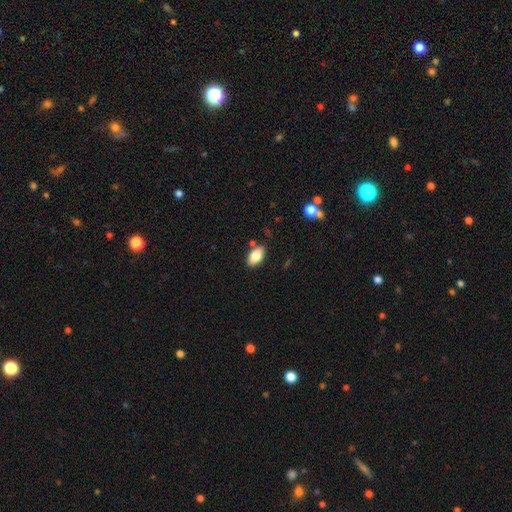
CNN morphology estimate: Smooth or featured: smooth — 81% (featured or disk — 11%)
How rounded: in between — 92% (round — 5%)
Merging: none — 82% (minor disturbance — 11%)